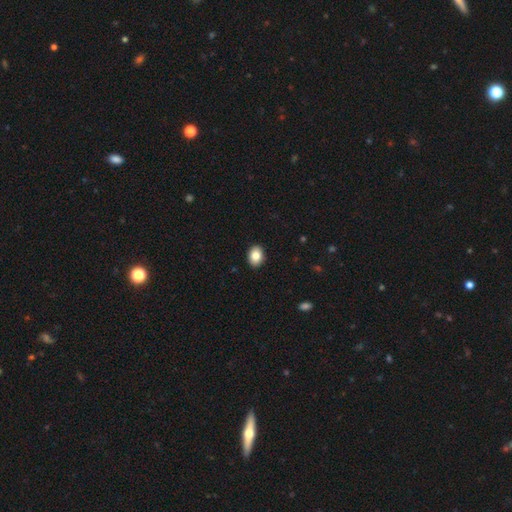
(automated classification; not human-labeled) Smooth or featured? Predicted: smooth (p=0.86). How rounded? Predicted: in between (p=0.74). Merging? Predicted: none (p=0.91).